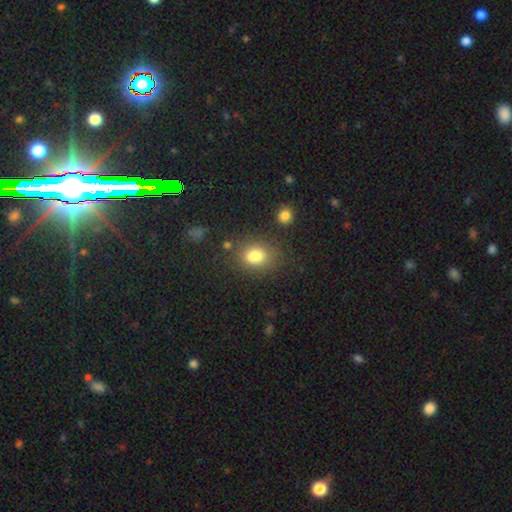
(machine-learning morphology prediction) Overall: smooth (80%). How rounded: in between (64%; round 35%). Merging: none (69%).